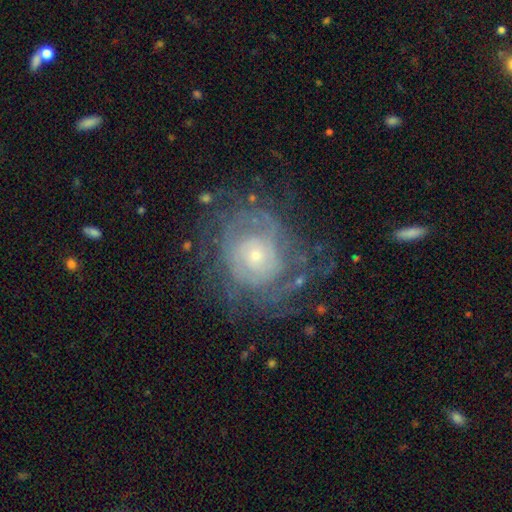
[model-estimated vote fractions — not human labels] A featured or disk galaxy (78%) with no bar (79%), tight (68%) spiral arms (82%) and a small central bulge (66%). Merging: none (65%).